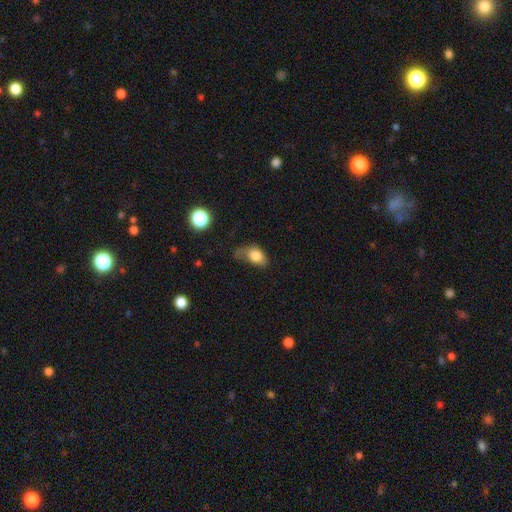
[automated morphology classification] A smooth galaxy with no disk features (78%) that is in between round and cigar-shaped (81%). Merging: minor disturbance (36%).